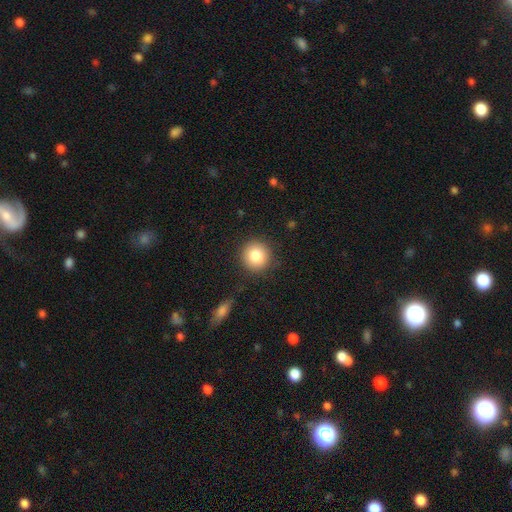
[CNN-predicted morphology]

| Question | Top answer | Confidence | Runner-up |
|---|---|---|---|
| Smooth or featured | smooth | 82% | star or artifact (10%) |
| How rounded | round | 93% | in between (6%) |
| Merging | none | 89% | minor disturbance (8%) |